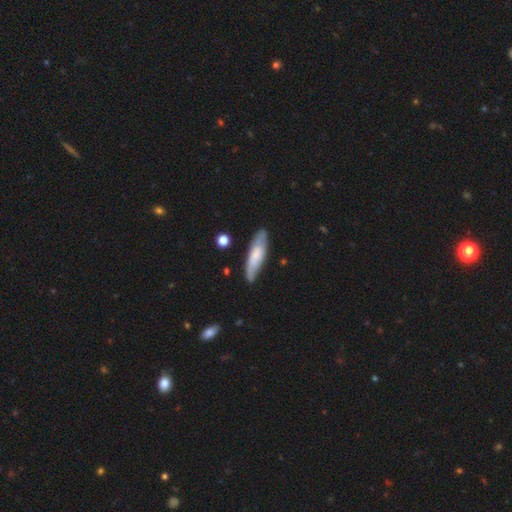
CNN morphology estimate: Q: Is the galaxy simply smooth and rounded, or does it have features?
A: smooth — 57%.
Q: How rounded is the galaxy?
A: cigar-shaped — 66%.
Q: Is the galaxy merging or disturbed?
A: none — 80%.